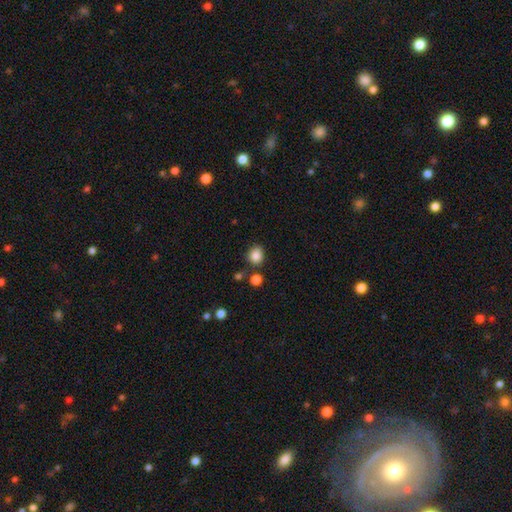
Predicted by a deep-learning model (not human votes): The model was most divided on "how rounded": round: 73%, in between: 26%, cigar-shaped: 1%. More confident: smooth or featured — smooth (86%); merging — none (80%).